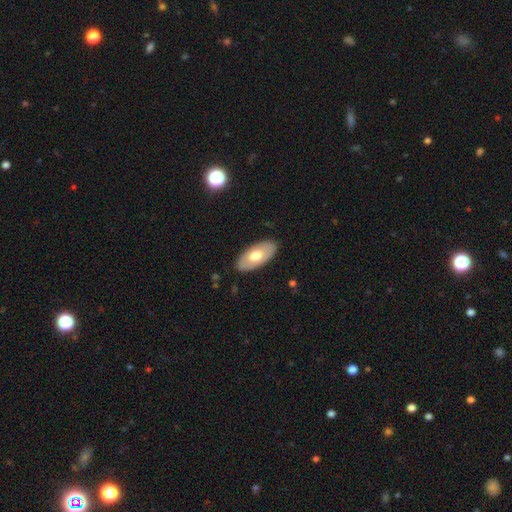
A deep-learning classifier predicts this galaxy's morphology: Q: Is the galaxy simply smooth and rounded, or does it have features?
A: smooth — 61%.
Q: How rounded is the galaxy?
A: in between — 93%.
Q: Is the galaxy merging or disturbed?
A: none — 87%.